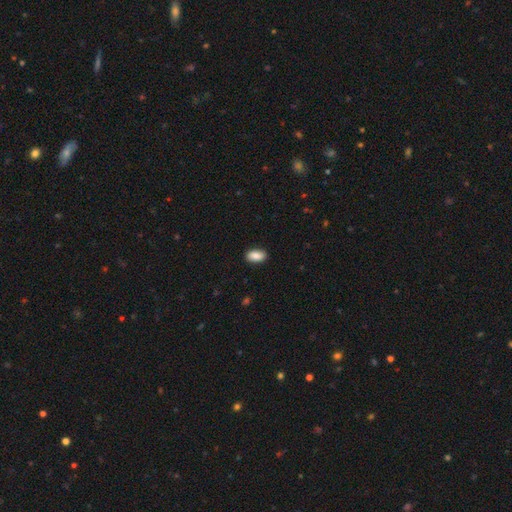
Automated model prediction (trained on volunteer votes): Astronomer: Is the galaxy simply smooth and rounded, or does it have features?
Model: smooth — 86%.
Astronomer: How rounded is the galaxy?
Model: in between — 93%.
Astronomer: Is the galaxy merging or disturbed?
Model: none — 89%.